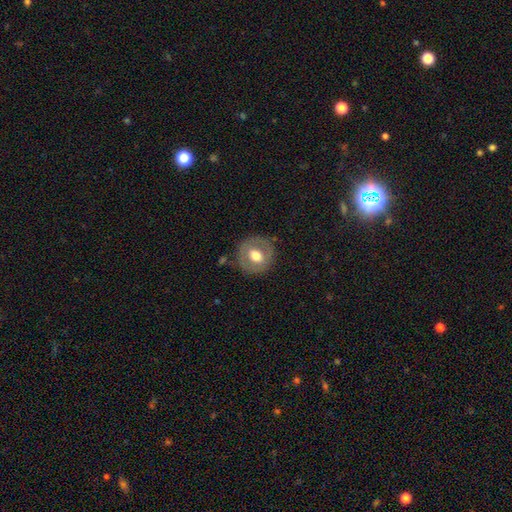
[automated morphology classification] The model was most divided on "smooth or featured": smooth: 53%, featured or disk: 40%, star or artifact: 7%. More confident: how rounded — round (85%); merging — none (82%).